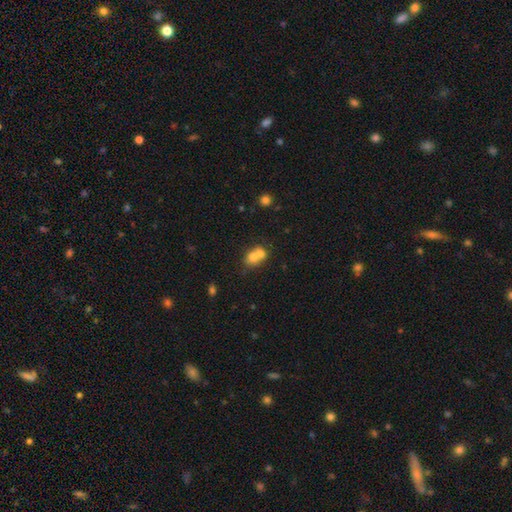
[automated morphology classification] Q: Smooth or featured?
A: smooth (68%); runner-up: featured or disk (20%)
Q: How rounded?
A: in between (49%); tied with: round (49%)
Q: Merging?
A: merger (64%); runner-up: none (25%)